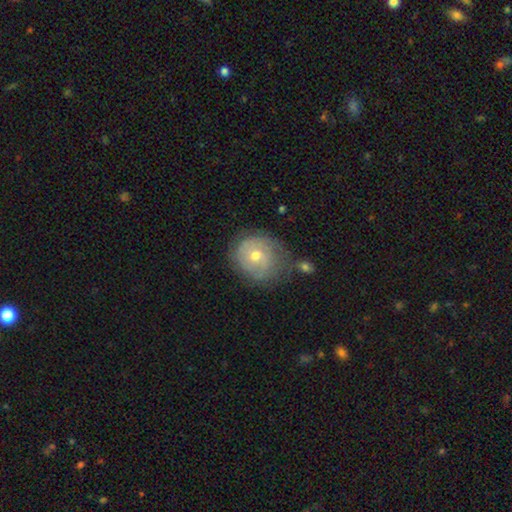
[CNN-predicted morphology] featured or disk 49%, smooth 42%, star or artifact 9%. Down the decision tree: merging — none (54%).